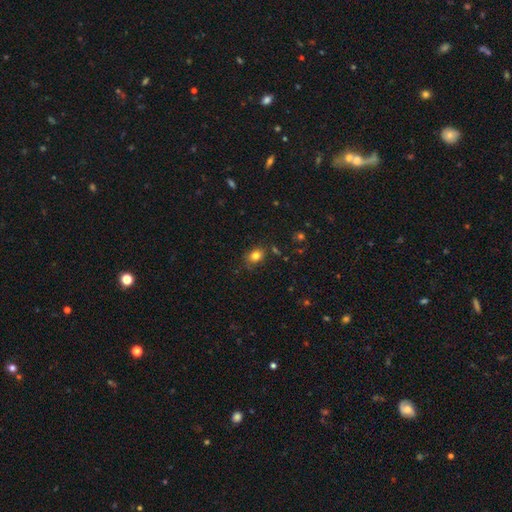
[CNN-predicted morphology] Smooth or featured?
  - smooth: 80% *
  - star or artifact: 12%
  - featured or disk: 8%
How rounded?
  - in between: 53% *
  - round: 46%
  - cigar-shaped: 1%
Merging?
  - none: 75% *
  - minor disturbance: 17%
  - major disturbance: 4%
  - merger: 4%